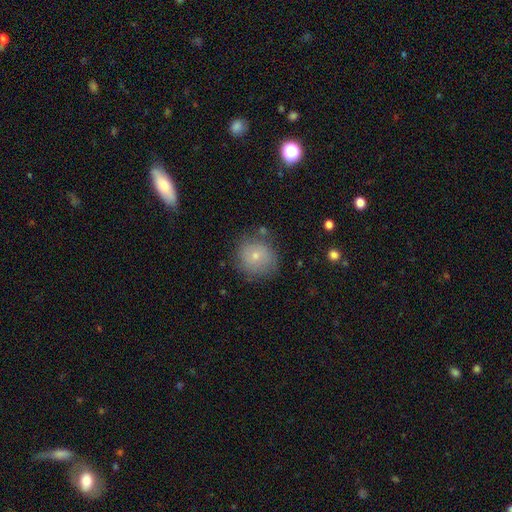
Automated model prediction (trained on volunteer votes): This appears to be a smooth galaxy with no disk features (70%) that is round (88%). Merging: none (77%).